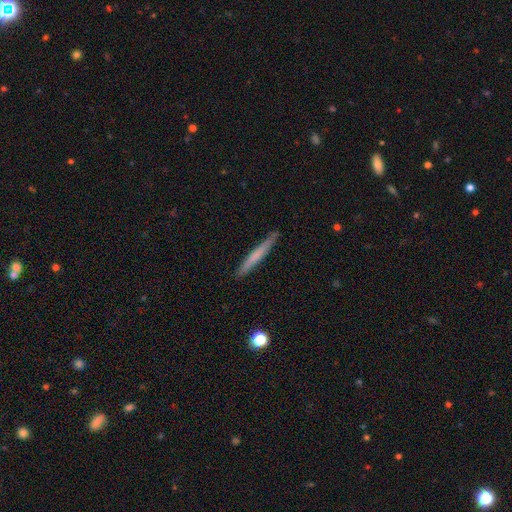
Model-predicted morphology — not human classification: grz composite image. It shows a smooth galaxy with no disk features (62%) that is cigar-shaped (97%). Merging: none (89%).